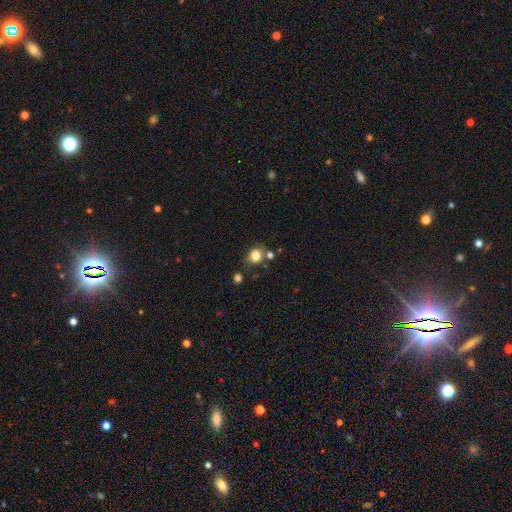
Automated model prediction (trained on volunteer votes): Overall: smooth (82%). How rounded: round (65%; in between 34%). Merging: none (61%).